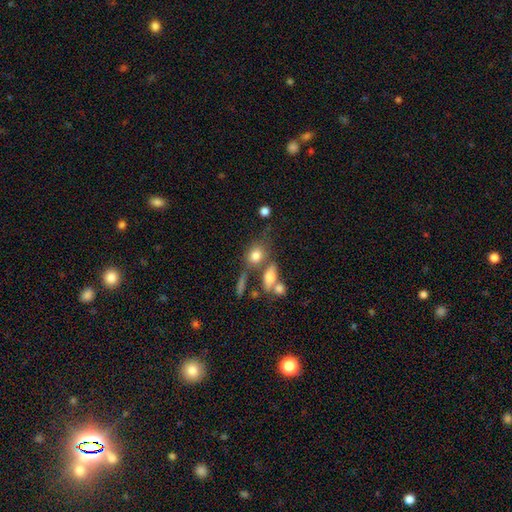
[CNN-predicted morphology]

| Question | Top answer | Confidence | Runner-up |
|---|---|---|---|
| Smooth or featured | smooth | 78% | featured or disk (12%) |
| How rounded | in between | 52% | round (45%) |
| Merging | none | 51% | merger (28%) |